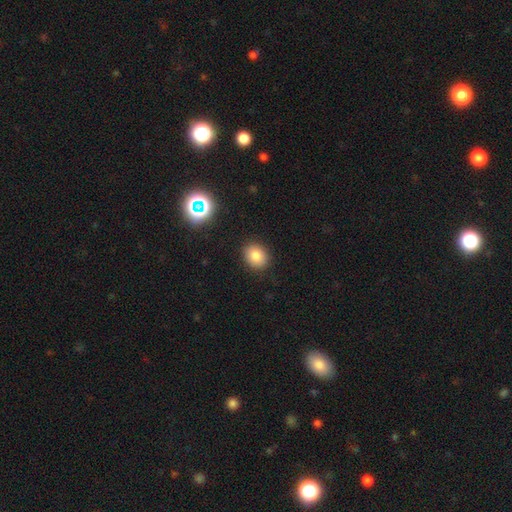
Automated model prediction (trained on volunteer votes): Overall: smooth (82%). How rounded: round (56%; in between 43%). Merging: none (89%).